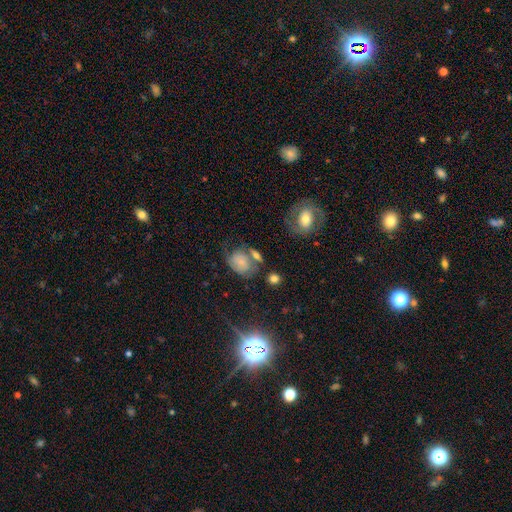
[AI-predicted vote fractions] Smooth or featured: smooth — 60% (featured or disk — 27%)
How rounded: in between — 50% (round — 46%)
Merging: none — 45% (merger — 24%)